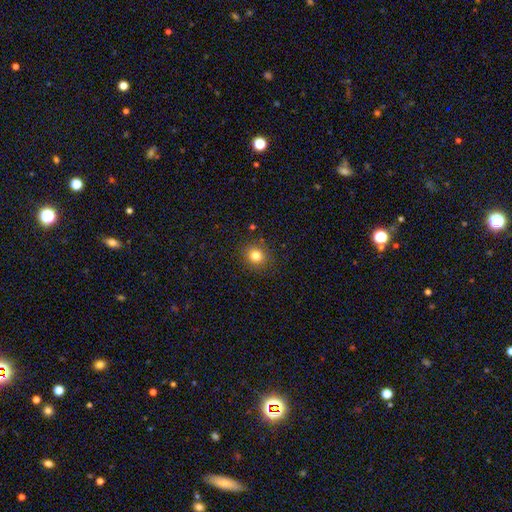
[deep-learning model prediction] Smooth or featured? smooth (81%)
How rounded? round (84%)
Merging? none (88%)